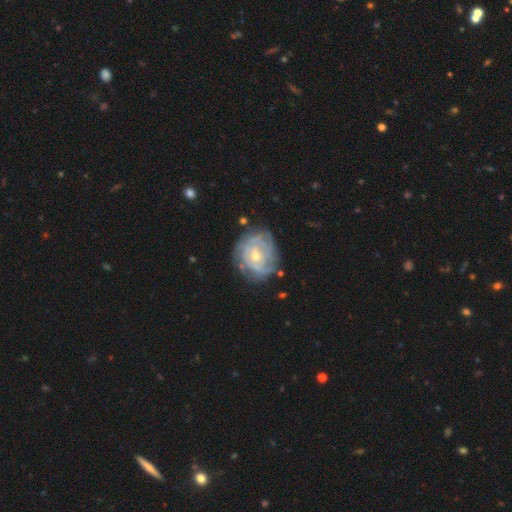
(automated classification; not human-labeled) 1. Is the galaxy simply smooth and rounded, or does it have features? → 79% featured or disk, 15% smooth, 6% star or artifact.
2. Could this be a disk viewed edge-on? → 97% no, 3% yes.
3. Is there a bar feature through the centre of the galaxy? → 65% no, 30% weak, 6% strong.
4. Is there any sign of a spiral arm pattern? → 82% yes, 18% no.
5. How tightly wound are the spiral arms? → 75% tight, 19% medium, 6% loose.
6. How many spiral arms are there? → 54% can't tell, 17% 2, 12% 3, 8% 4, 5% 1, 4% more than 4.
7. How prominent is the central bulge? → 51% small, 45% moderate, 2% large, 2% none, 1% dominant.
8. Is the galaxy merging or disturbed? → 69% none, 20% minor disturbance, 8% major disturbance, 2% merger.